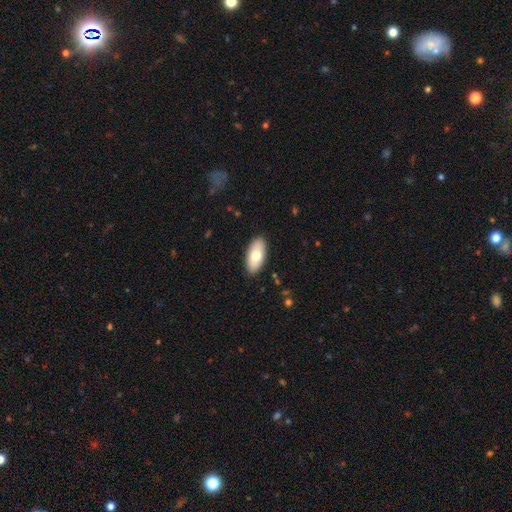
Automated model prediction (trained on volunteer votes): smooth-or-featured: smooth: 73% | featured or disk: 21% | star or artifact: 6%
  how-rounded: in between: 92% | cigar-shaped: 6% | round: 3%
  merging: none: 89% | minor disturbance: 8% | major disturbance: 2% | merger: 1%